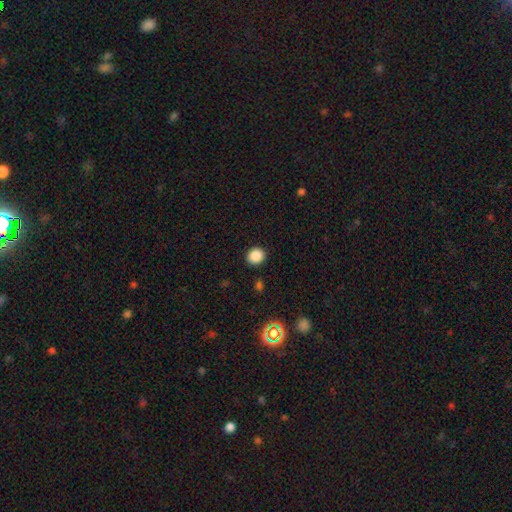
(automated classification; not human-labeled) smooth-or-featured: smooth: 87% | star or artifact: 10% | featured or disk: 3%
  how-rounded: round: 79% | in between: 20% | cigar-shaped: 1%
  merging: none: 90% | minor disturbance: 6% | major disturbance: 2% | merger: 1%